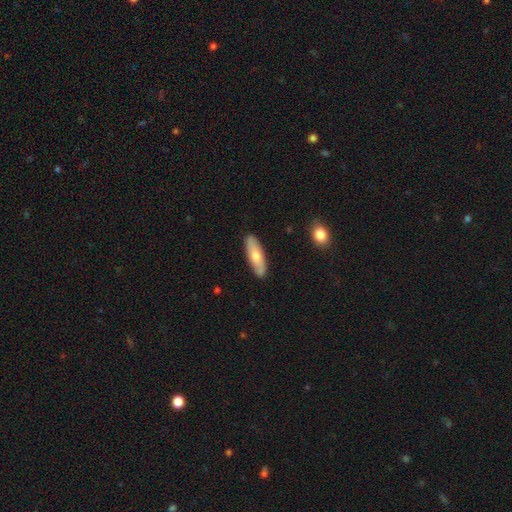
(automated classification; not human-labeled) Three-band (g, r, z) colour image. It shows a smooth galaxy with no disk features (64%) that is cigar-shaped (52%). Merging: none (88%).